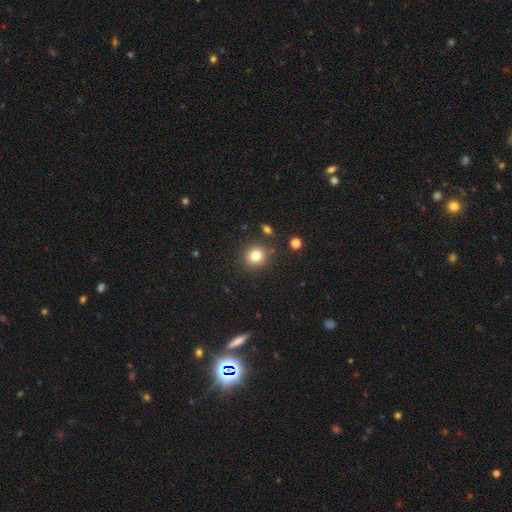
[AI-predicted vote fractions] smooth_or_featured: smooth (p=0.81) [alt: star or artifact p=0.12]
how_rounded: round (p=0.88) [alt: in between p=0.12]
merging: none (p=0.87) [alt: minor disturbance p=0.07]